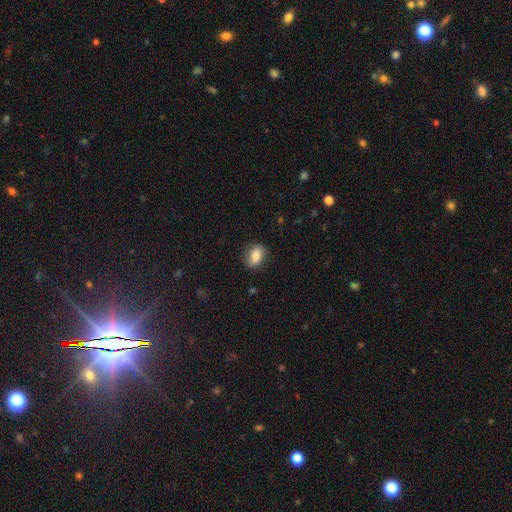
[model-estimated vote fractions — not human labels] smooth_or_featured: smooth (p=0.82) [alt: featured or disk p=0.10]
how_rounded: in between (p=0.75) [alt: round p=0.23]
merging: none (p=0.80) [alt: minor disturbance p=0.15]